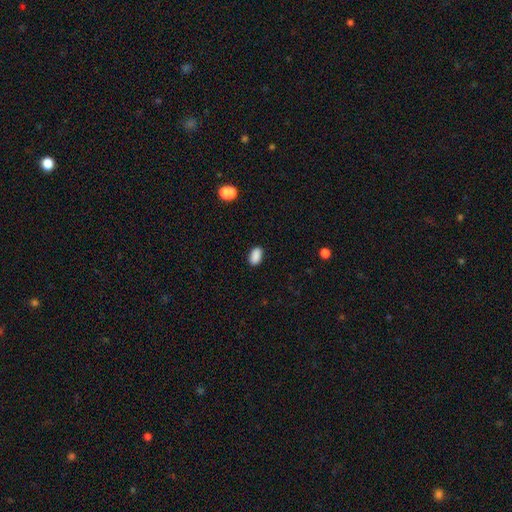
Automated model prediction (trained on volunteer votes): The model was most divided on "merging": none: 88%, minor disturbance: 9%, major disturbance: 2%, merger: 1%. More confident: how rounded — in between (92%); smooth or featured — smooth (89%).